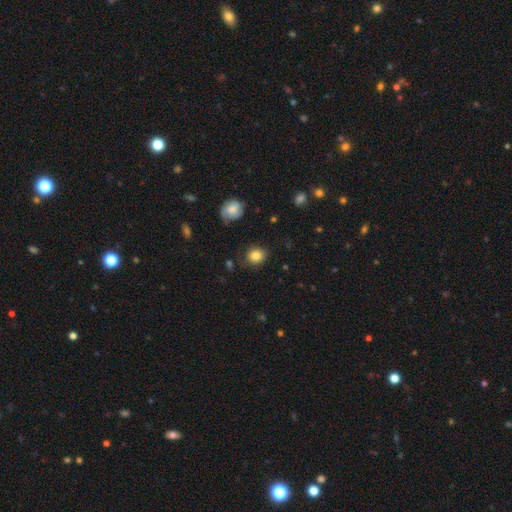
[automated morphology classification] Overall: smooth (84%). How rounded: round (71%). Merging: none (81%).